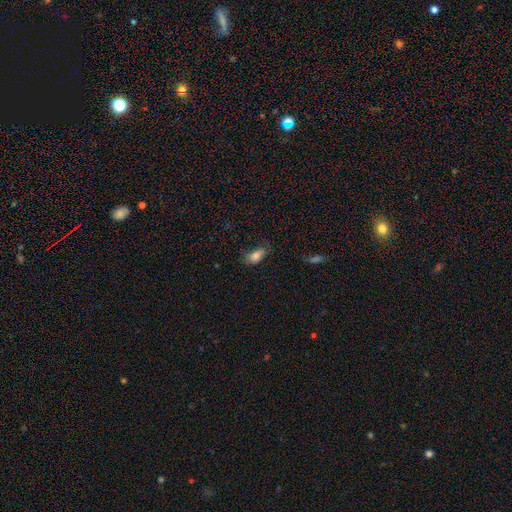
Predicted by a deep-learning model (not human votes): Overall: smooth (79%). How rounded: in between (88%). Merging: none (49%; minor disturbance 33%).